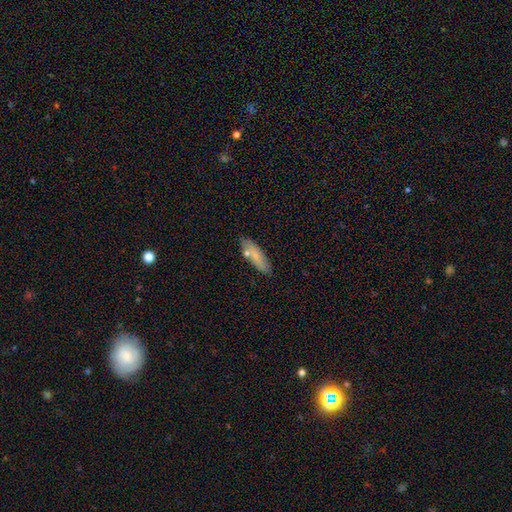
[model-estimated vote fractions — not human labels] This is likely a smooth galaxy (74%). How rounded: possibly cigar-shaped (50%). Merging: likely none (79%).